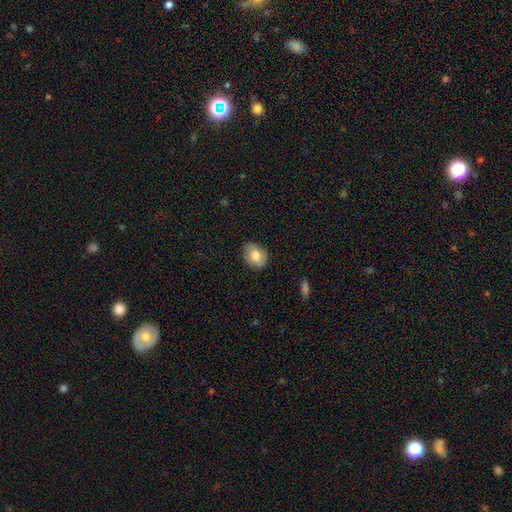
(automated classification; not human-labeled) Q: Smooth or featured?
A: smooth (75%); runner-up: featured or disk (17%)
Q: How rounded?
A: in between (62%); runner-up: round (37%)
Q: Merging?
A: none (80%); runner-up: minor disturbance (16%)